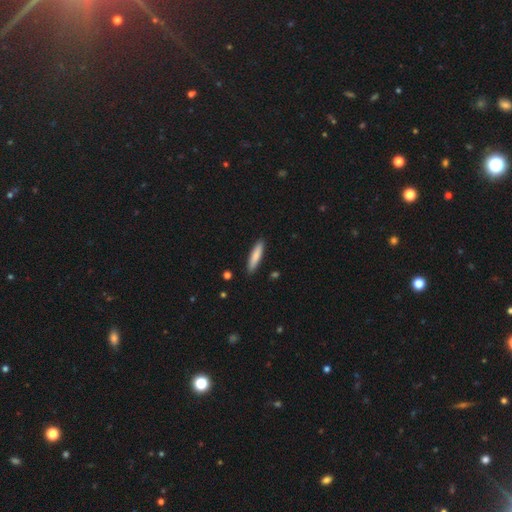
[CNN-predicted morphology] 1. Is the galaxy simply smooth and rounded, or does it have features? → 81% smooth, 13% featured or disk, 5% star or artifact.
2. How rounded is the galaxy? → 82% cigar-shaped, 16% in between, 1% round.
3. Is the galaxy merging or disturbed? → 89% none, 8% minor disturbance, 2% major disturbance, 1% merger.